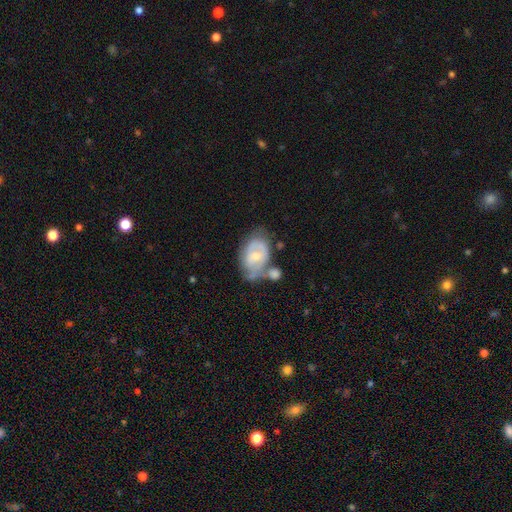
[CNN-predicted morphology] smooth-or-featured: featured or disk: 59% | smooth: 35% | star or artifact: 6%
  disk-edge-on: no: 96% | yes: 4%
    bar: no: 51% | weak: 39% | strong: 10%
    has-spiral-arms: yes: 60% | no: 40%
    bulge-size: moderate: 48% | small: 46% | large: 3% | none: 3% | dominant: 1%
  merging: none: 34% | merger: 28% | minor disturbance: 24% | major disturbance: 14%